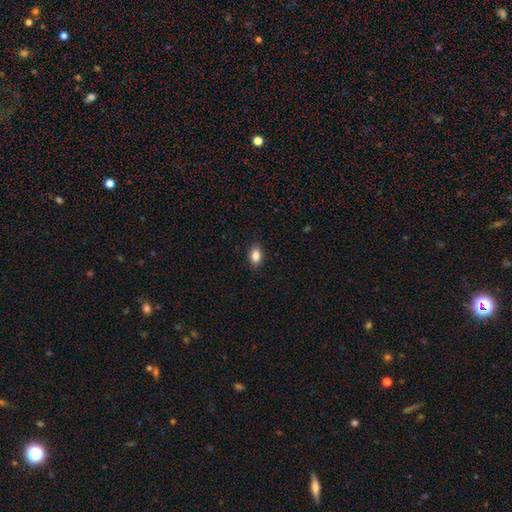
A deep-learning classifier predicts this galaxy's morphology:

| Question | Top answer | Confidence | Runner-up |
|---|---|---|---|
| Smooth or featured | smooth | 87% | star or artifact (8%) |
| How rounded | in between | 86% | round (12%) |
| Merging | none | 87% | minor disturbance (10%) |